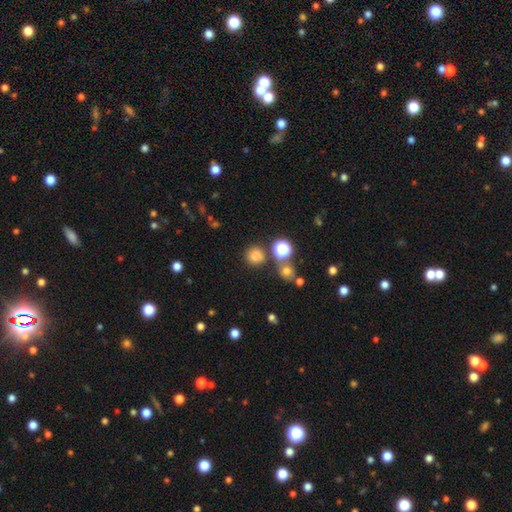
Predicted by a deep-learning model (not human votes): This is likely a smooth galaxy (76%). How rounded: clearly round (91%). Merging: likely none (78%).